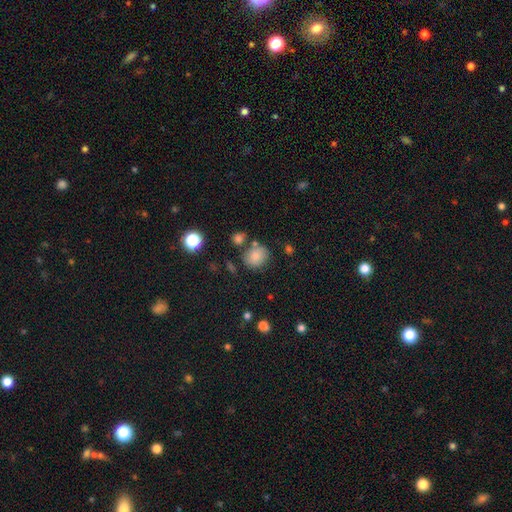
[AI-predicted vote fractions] This appears to be a smooth galaxy with no disk features (80%) that is round (67%). Merging: none (71%).